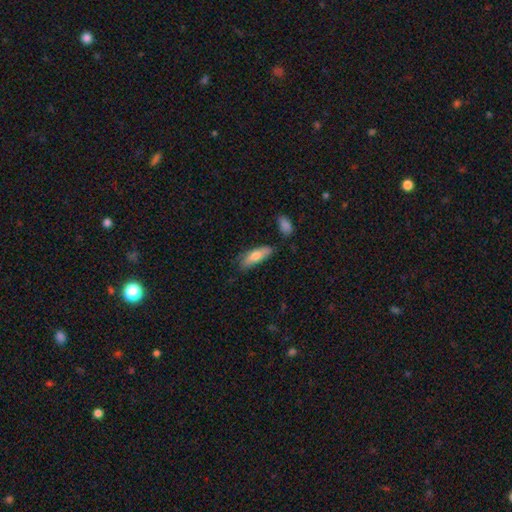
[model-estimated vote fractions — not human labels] A smooth galaxy with no disk features (70%) that is in between round and cigar-shaped (51%).

Vote fractions:
- Smooth or featured? smooth: 70% / featured or disk: 24% / star or artifact: 6%
- How rounded? in between: 51% / cigar-shaped: 47% / round: 2%
- Merging? none: 68% / minor disturbance: 23% / major disturbance: 5% / merger: 4%